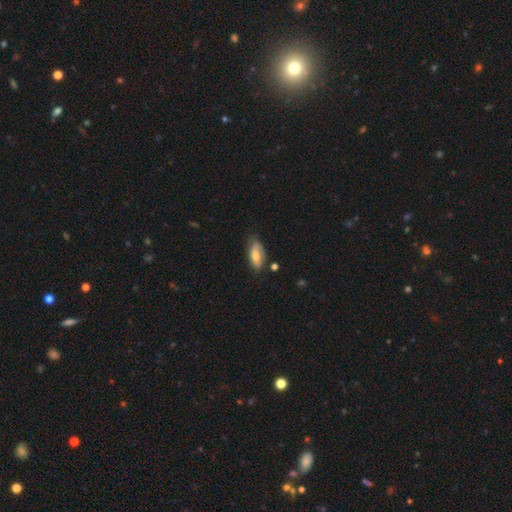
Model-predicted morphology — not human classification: A smooth galaxy with no disk features (55%) that is in between round and cigar-shaped (84%).

Vote fractions:
- Smooth or featured? smooth: 55% / featured or disk: 38% / star or artifact: 8%
- How rounded? in between: 84% / cigar-shaped: 13% / round: 3%
- Merging? none: 63% / minor disturbance: 27% / major disturbance: 7% / merger: 3%